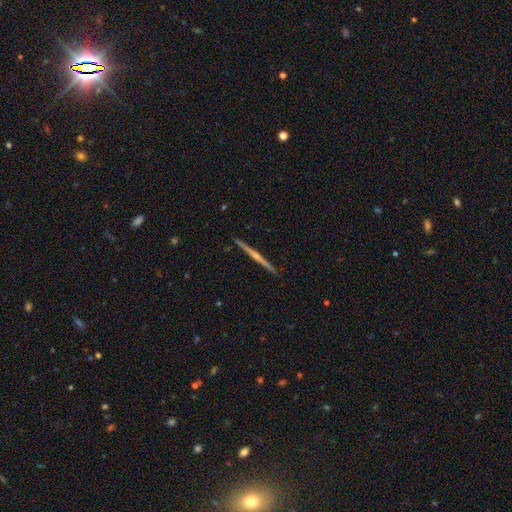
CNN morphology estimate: smooth-or-featured: featured or disk: 80% | smooth: 14% | star or artifact: 5%
  disk-edge-on: yes: 99% | no: 1%
    edge-on-bulge: rounded: 78% | none: 17% | boxy: 5%
  merging: none: 93% | minor disturbance: 5% | major disturbance: 1% | merger: 1%